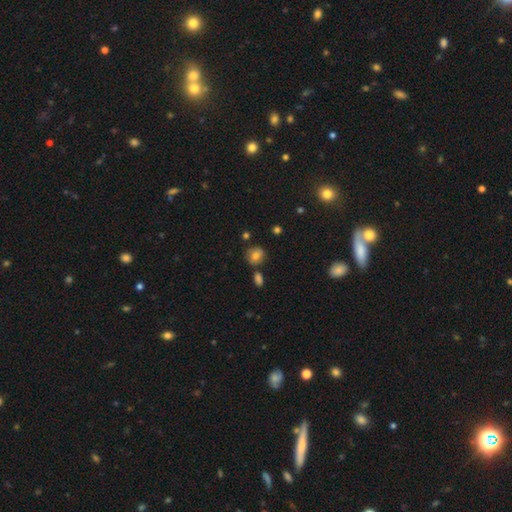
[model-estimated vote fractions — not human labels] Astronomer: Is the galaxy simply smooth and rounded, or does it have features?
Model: smooth — 76%.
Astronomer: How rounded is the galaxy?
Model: round — 76%.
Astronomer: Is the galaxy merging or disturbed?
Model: none — 73%.